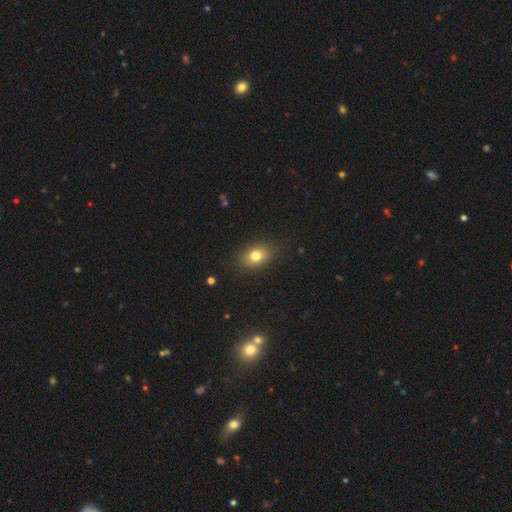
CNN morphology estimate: smooth 78%, star or artifact 11%, featured or disk 11%. Down the decision tree: how rounded — in between (72%); merging — none (85%).